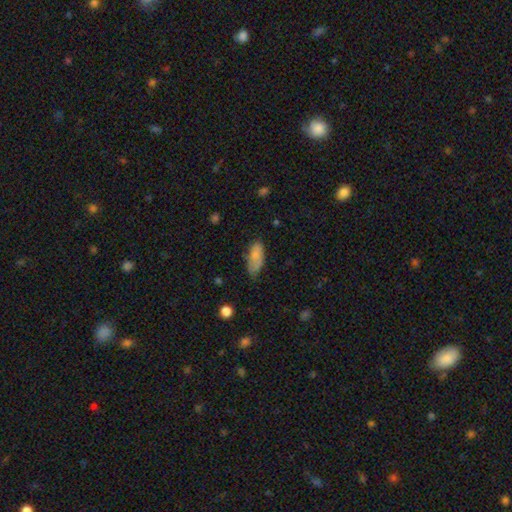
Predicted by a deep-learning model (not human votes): Morphology: type=smooth (81%); roundness=in between (83%); merging=none (58%).